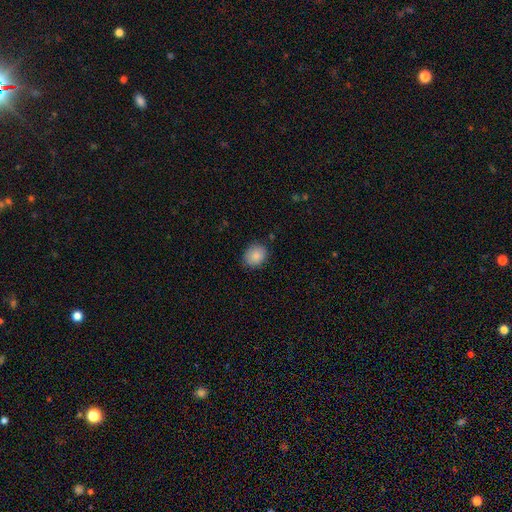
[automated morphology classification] smooth_or_featured: smooth (p=0.87) [alt: star or artifact p=0.08]
how_rounded: round (p=0.55) [alt: in between p=0.44]
merging: none (p=0.81) [alt: minor disturbance p=0.14]